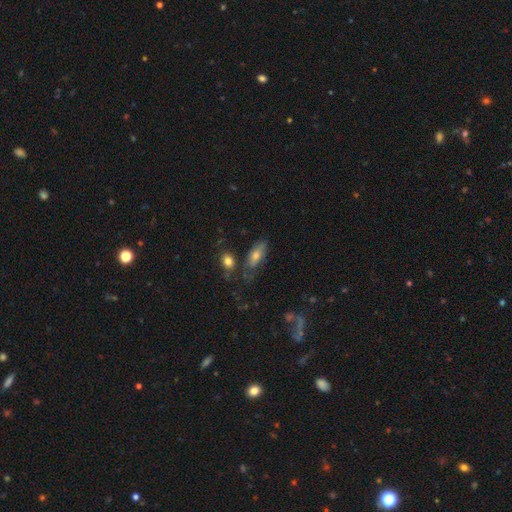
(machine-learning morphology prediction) Smooth or featured: smooth — 60% (featured or disk — 29%)
How rounded: in between — 75% (cigar-shaped — 20%)
Merging: none — 60% (minor disturbance — 21%)